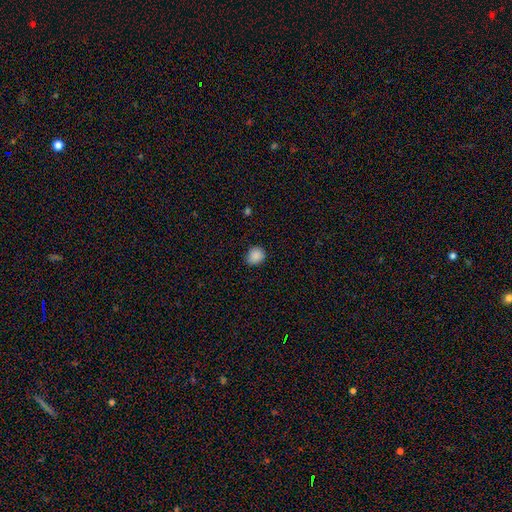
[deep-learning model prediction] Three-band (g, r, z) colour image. It shows a smooth galaxy with no disk features (88%) that is round (71%). Merging: none (85%).